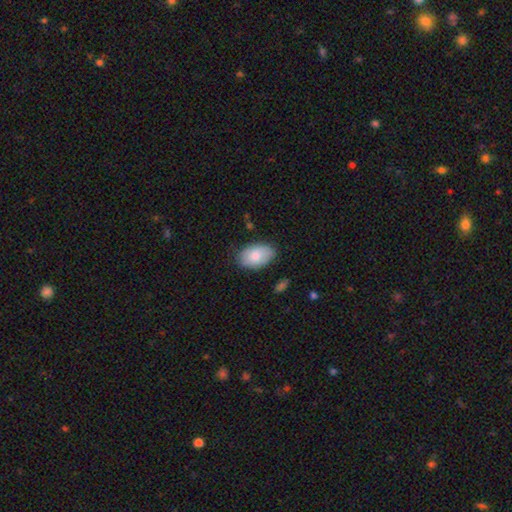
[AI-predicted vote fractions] This appears to be a smooth galaxy with no disk features (81%) that is in between round and cigar-shaped (92%). Merging: none (80%).